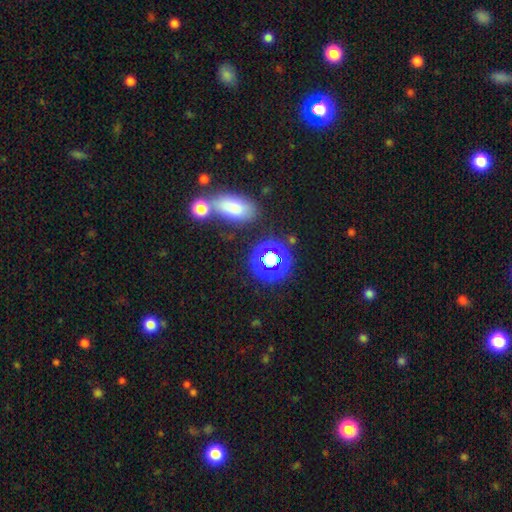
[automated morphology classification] Smooth or featured? smooth (60%)
How rounded? in between (61%)
Merging? none (69%)